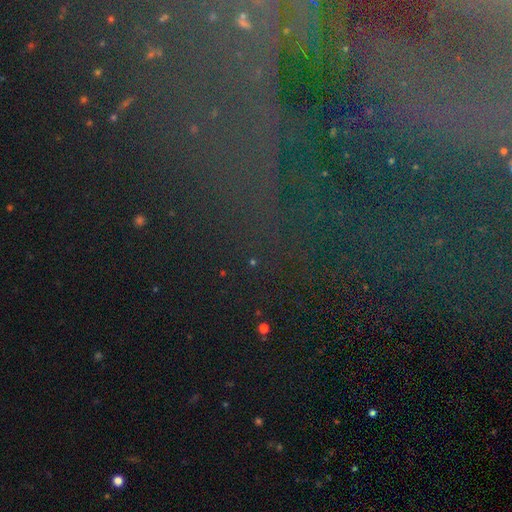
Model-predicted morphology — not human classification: star or artifact 60%, featured or disk 24%, smooth 15%.